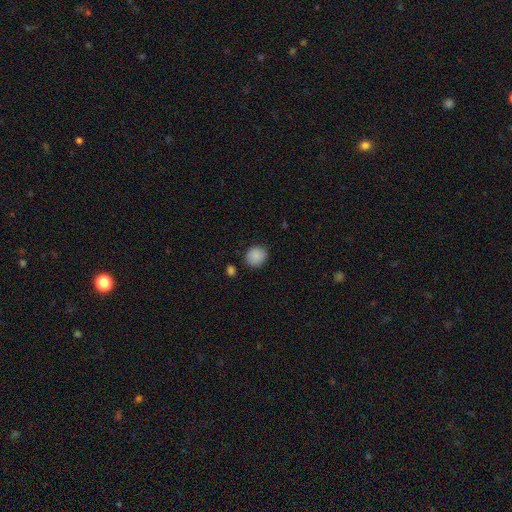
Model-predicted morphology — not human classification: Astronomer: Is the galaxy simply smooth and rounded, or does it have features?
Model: smooth — 89%.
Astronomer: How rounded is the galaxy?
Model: round — 76%.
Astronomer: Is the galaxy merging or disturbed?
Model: none — 85%.